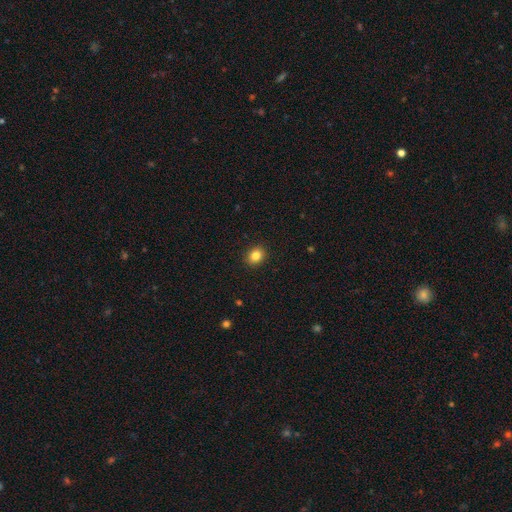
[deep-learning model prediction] This appears to be a smooth galaxy with no disk features (84%) that is round (58%). Merging: none (91%).